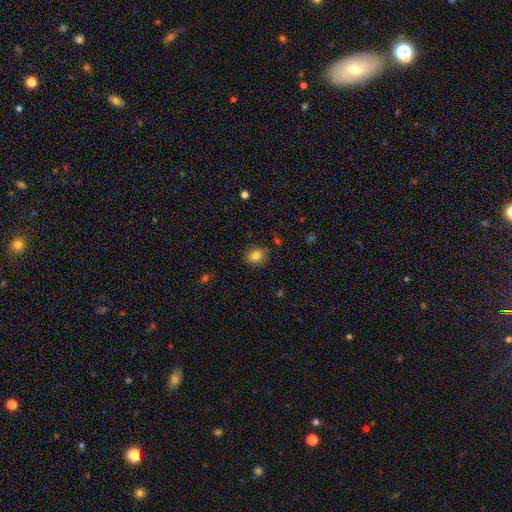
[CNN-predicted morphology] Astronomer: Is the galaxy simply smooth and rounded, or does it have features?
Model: smooth — 82%.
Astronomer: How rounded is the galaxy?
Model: round — 66%.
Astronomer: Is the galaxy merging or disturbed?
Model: none — 82%.